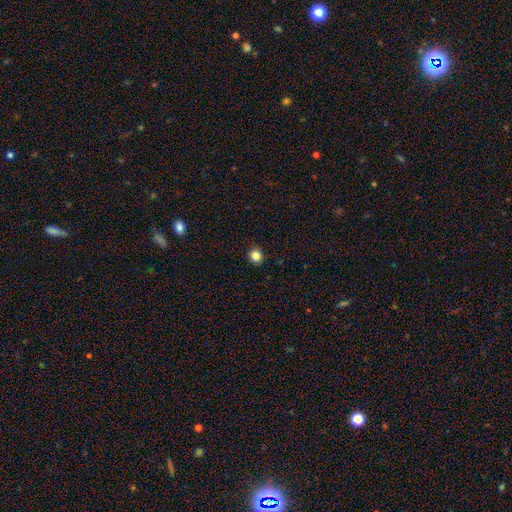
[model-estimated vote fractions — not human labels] This appears to be a smooth galaxy with no disk features (85%) that is round (87%). Merging: none (91%).